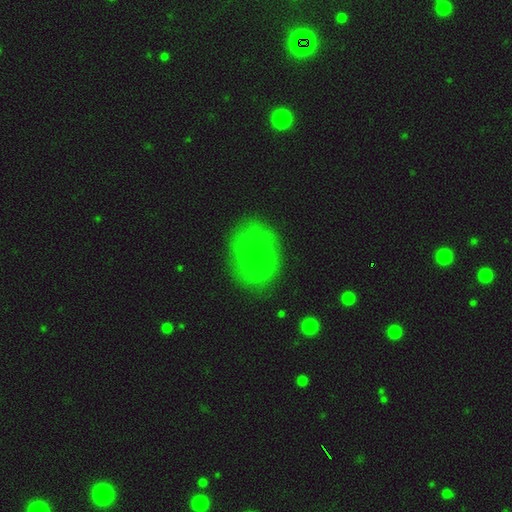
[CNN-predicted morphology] Q: Smooth or featured?
A: featured or disk (47%); runner-up: smooth (41%)
Q: Merging?
A: none (81%); runner-up: minor disturbance (13%)